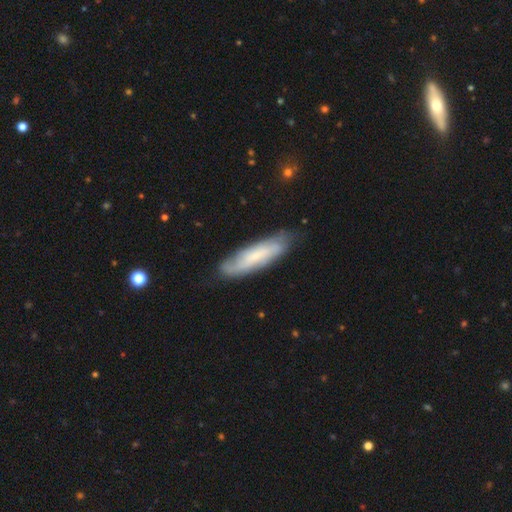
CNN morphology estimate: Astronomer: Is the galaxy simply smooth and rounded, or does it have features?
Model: featured or disk — 52% (runner-up: smooth, 41%).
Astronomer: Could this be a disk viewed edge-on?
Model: no — 69%.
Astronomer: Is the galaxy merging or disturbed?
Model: none — 74%.